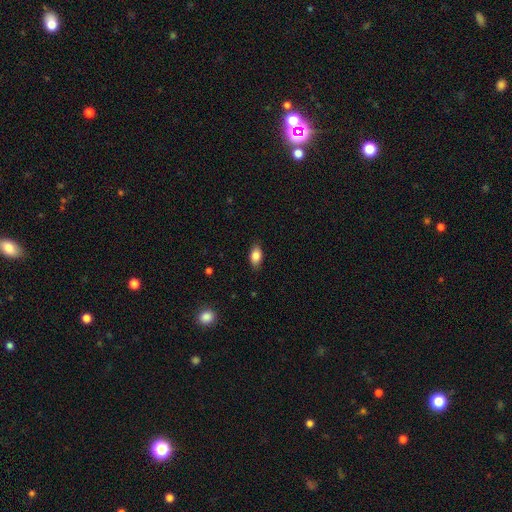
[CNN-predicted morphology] This appears to be a smooth galaxy with no disk features (84%) that is in between round and cigar-shaped (89%). Merging: none (84%).